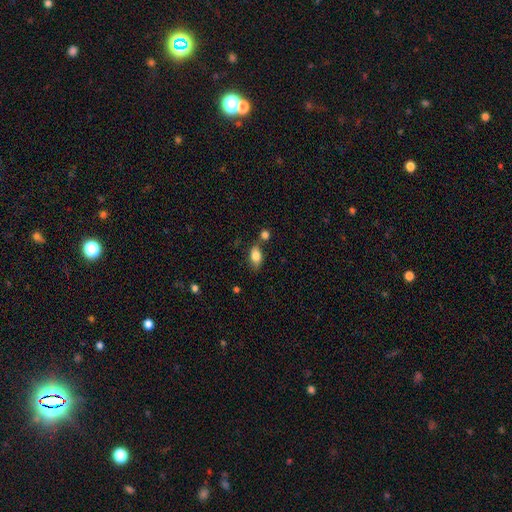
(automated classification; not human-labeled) Smooth or featured: smooth — 82% (featured or disk — 10%)
How rounded: in between — 86% (round — 10%)
Merging: none — 60% (merger — 18%)